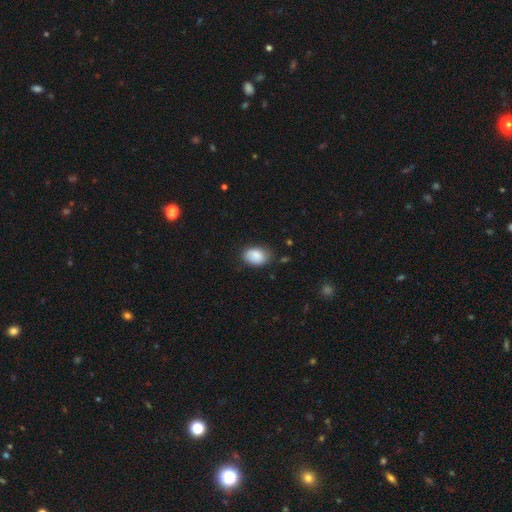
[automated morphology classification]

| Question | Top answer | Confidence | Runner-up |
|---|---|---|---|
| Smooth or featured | smooth | 86% | featured or disk (7%) |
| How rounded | in between | 82% | round (17%) |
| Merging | none | 72% | minor disturbance (22%) |